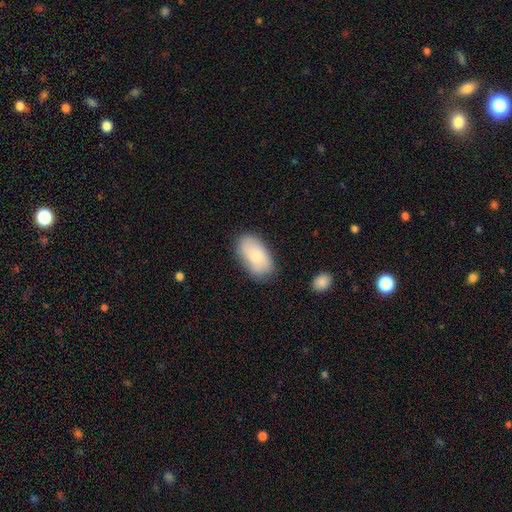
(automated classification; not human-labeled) A smooth galaxy with no disk features (78%) that is in between round and cigar-shaped (95%).

Vote fractions:
- Smooth or featured? smooth: 78% / featured or disk: 16% / star or artifact: 6%
- How rounded? in between: 95% / round: 3% / cigar-shaped: 2%
- Merging? none: 77% / minor disturbance: 17% / major disturbance: 4% / merger: 2%